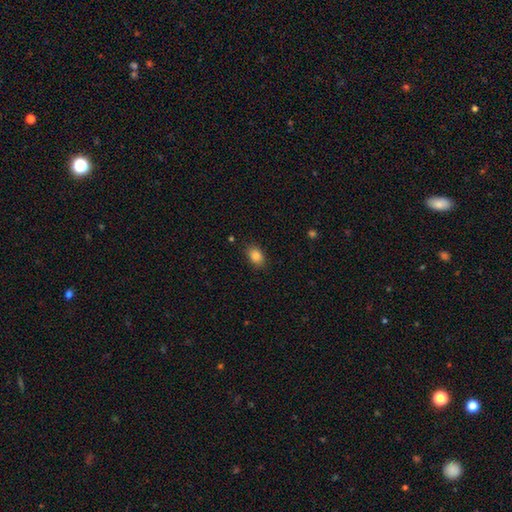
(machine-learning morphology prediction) This is clearly a smooth galaxy (86%). How rounded: likely in between (79%). Merging: clearly none (82%).